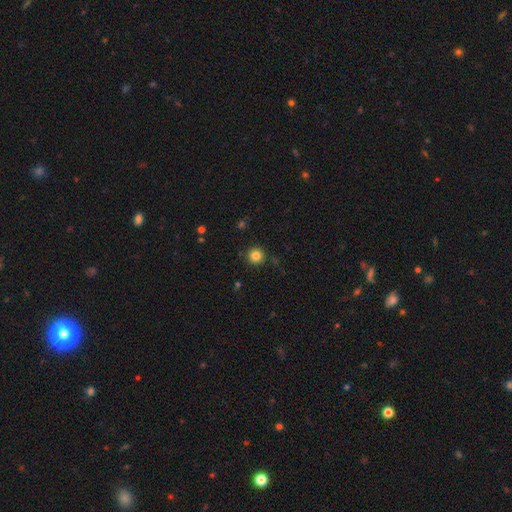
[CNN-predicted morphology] smooth-or-featured: smooth: 83% | star or artifact: 12% | featured or disk: 5%
  how-rounded: round: 95% | in between: 4% | cigar-shaped: 1%
  merging: none: 90% | minor disturbance: 6% | major disturbance: 2% | merger: 2%